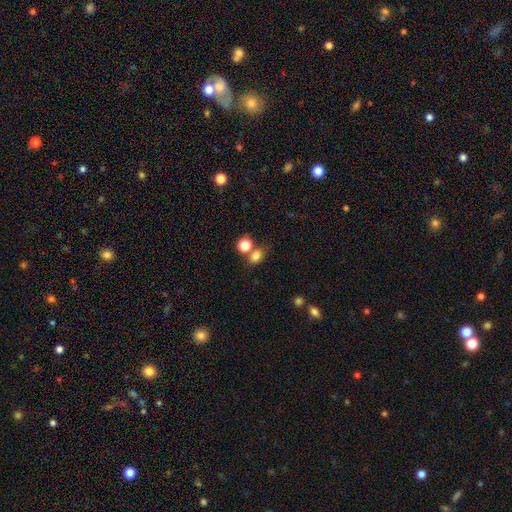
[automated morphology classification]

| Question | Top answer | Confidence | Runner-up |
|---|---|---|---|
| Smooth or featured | smooth | 80% | star or artifact (13%) |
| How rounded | in between | 55% | round (43%) |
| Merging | none | 51% | merger (33%) |